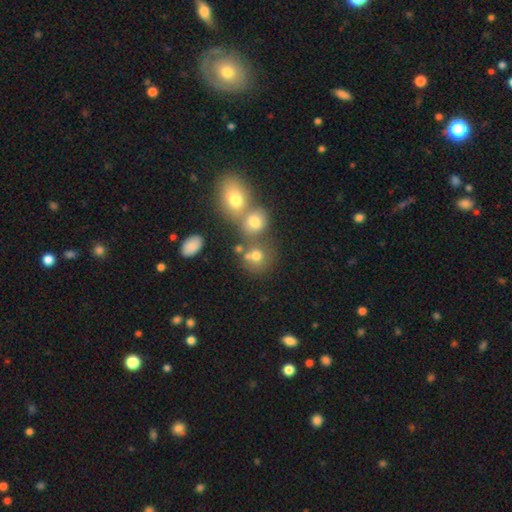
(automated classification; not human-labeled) A smooth galaxy with no disk features (71%) that is round (75%). Merging: none (48%).